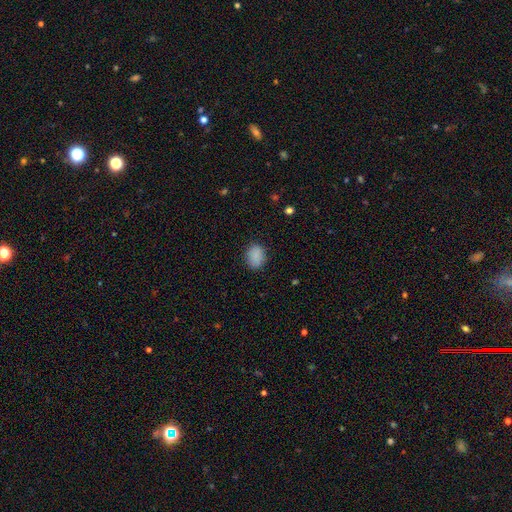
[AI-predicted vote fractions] Smooth or featured?
  - smooth: 87% *
  - star or artifact: 9%
  - featured or disk: 4%
How rounded?
  - in between: 69% *
  - round: 30%
  - cigar-shaped: 1%
Merging?
  - none: 81% *
  - minor disturbance: 14%
  - major disturbance: 3%
  - merger: 1%